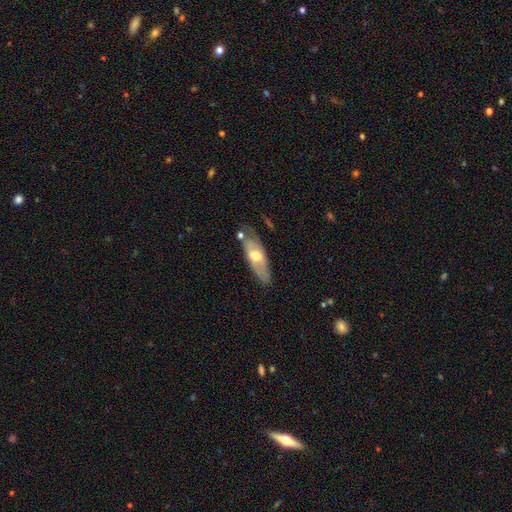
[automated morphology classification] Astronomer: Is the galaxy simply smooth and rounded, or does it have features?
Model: featured or disk — 50% (runner-up: smooth, 45%).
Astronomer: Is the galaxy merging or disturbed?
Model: none — 63%.